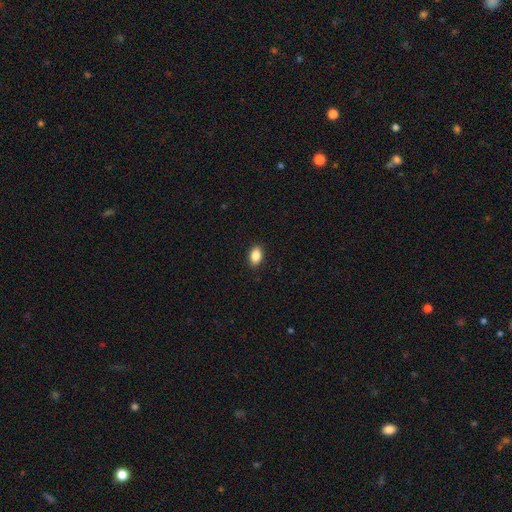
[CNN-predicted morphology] type=smooth (87%); roundness=in between (88%); merging=none (89%).